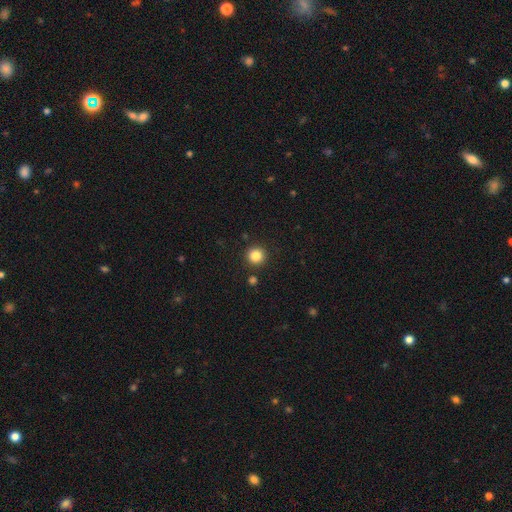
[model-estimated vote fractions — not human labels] Q: Smooth or featured?
A: smooth (83%); runner-up: star or artifact (12%)
Q: How rounded?
A: round (95%); runner-up: in between (4%)
Q: Merging?
A: none (90%); runner-up: minor disturbance (5%)